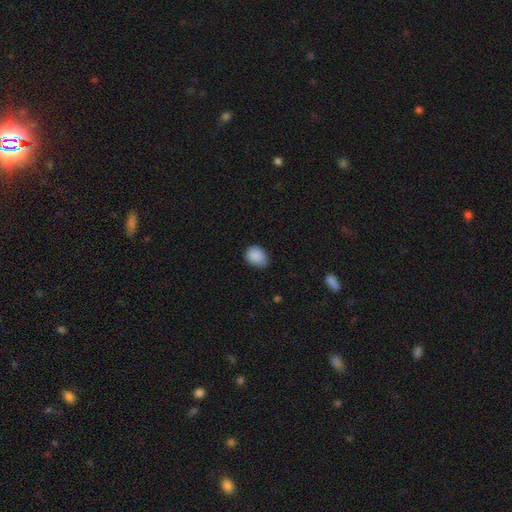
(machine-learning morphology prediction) smooth-or-featured: smooth: 88% | star or artifact: 8% | featured or disk: 4%
  how-rounded: in between: 60% | round: 39% | cigar-shaped: 1%
  merging: none: 66% | minor disturbance: 29% | major disturbance: 4% | merger: 1%